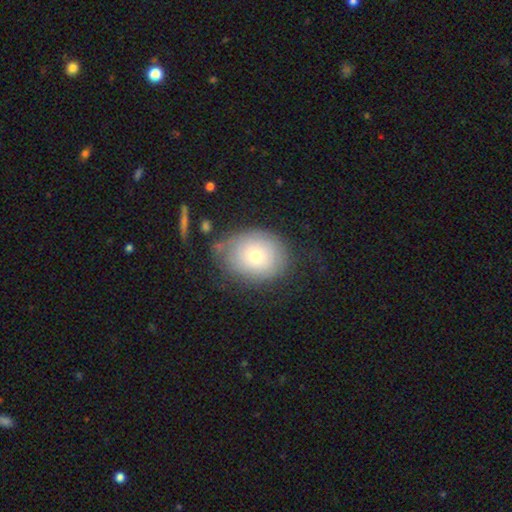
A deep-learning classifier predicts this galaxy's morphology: This is likely a smooth galaxy (64%). How rounded: possibly round (56%). Merging: likely none (69%).